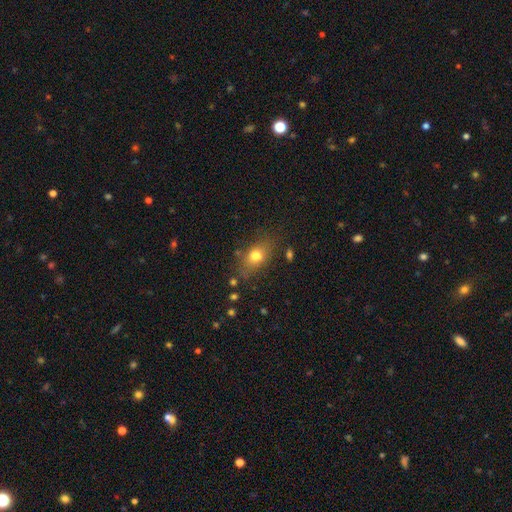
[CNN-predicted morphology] Smooth or featured? smooth (76%)
How rounded? in between (72%)
Merging? none (74%)